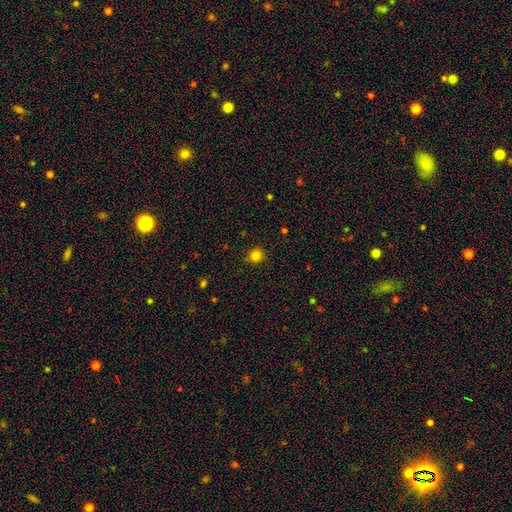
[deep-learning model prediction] A smooth galaxy with no disk features (83%) that is round (92%). Merging: none (89%).